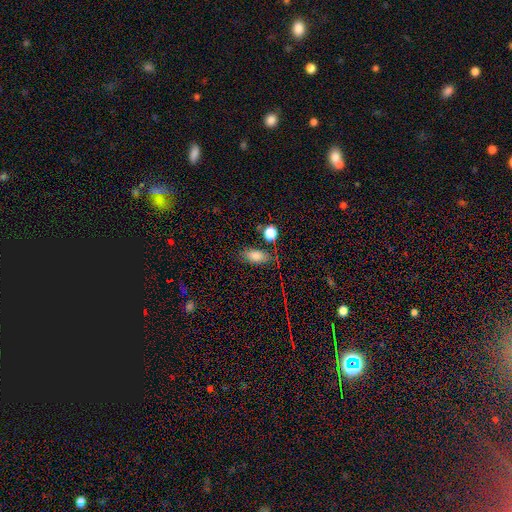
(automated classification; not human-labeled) smooth-or-featured: smooth: 78% | star or artifact: 12% | featured or disk: 11%
  how-rounded: in between: 85% | round: 8% | cigar-shaped: 7%
  merging: none: 72% | minor disturbance: 17% | merger: 6% | major disturbance: 5%